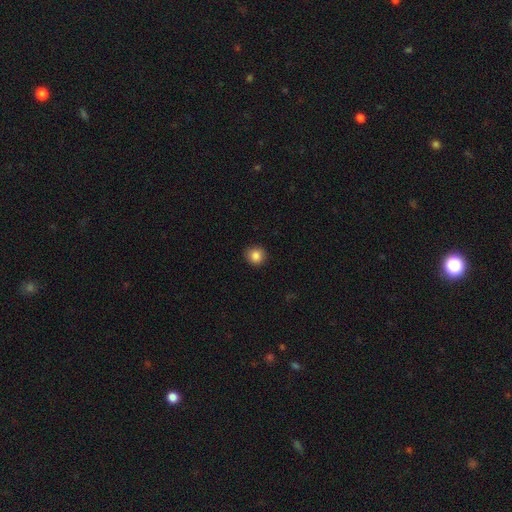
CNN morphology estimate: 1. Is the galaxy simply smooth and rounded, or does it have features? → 86% smooth, 10% star or artifact, 4% featured or disk.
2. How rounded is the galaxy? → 90% round, 9% in between, 1% cigar-shaped.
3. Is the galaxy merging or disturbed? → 90% none, 7% minor disturbance, 2% major disturbance, 1% merger.